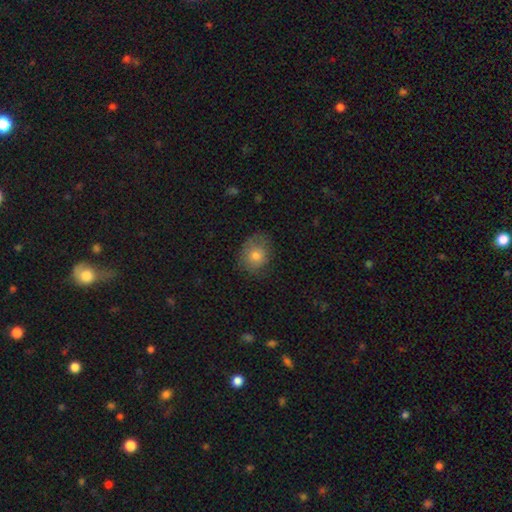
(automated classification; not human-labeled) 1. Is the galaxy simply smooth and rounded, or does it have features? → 76% smooth, 15% featured or disk, 9% star or artifact.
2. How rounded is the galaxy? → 63% round, 36% in between, 1% cigar-shaped.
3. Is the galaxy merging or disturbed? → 68% none, 23% minor disturbance, 8% major disturbance, 1% merger.